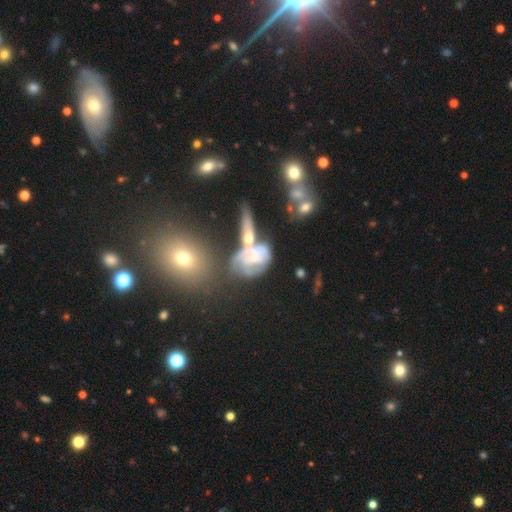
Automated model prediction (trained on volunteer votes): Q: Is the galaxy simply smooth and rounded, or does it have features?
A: featured or disk — 61%.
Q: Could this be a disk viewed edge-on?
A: no — 92%.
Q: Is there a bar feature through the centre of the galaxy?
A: no — 74%.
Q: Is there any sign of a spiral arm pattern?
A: yes — 57%.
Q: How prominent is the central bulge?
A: small — 41%.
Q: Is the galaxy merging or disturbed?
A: merger — 41%.